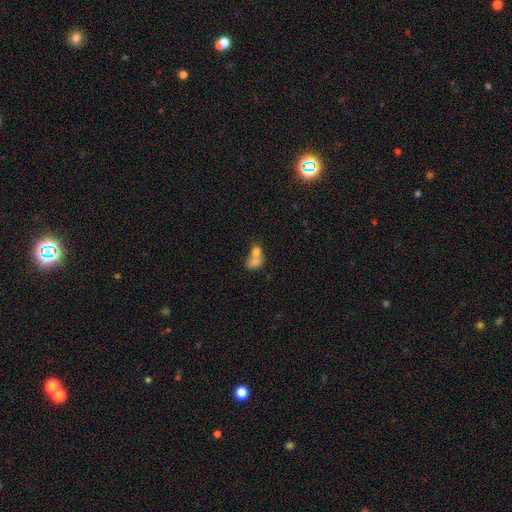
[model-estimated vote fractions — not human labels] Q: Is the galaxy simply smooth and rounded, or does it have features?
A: smooth — 72%.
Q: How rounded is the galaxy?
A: in between — 62%.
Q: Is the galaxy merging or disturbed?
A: merger — 72%.